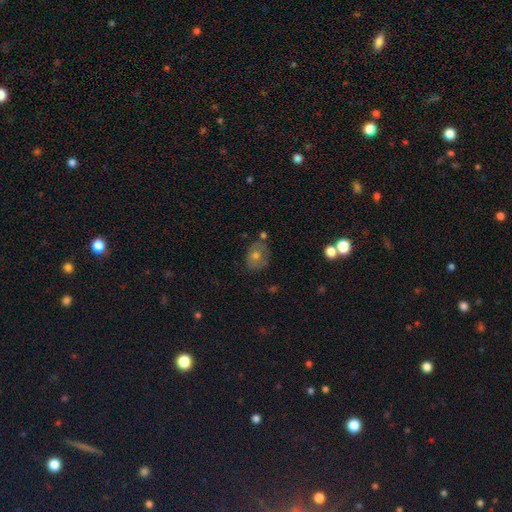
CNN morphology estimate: Smooth or featured: smooth — 52% (featured or disk — 33%)
How rounded: round — 53% (in between — 46%)
Merging: none — 69% (minor disturbance — 19%)